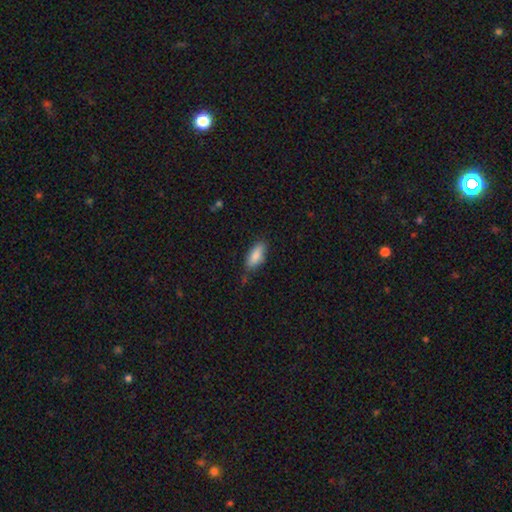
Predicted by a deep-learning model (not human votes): Smooth or featured?
  - smooth: 85% *
  - featured or disk: 8%
  - star or artifact: 7%
How rounded?
  - in between: 81% *
  - cigar-shaped: 17%
  - round: 2%
Merging?
  - none: 71% *
  - minor disturbance: 23%
  - major disturbance: 4%
  - merger: 2%